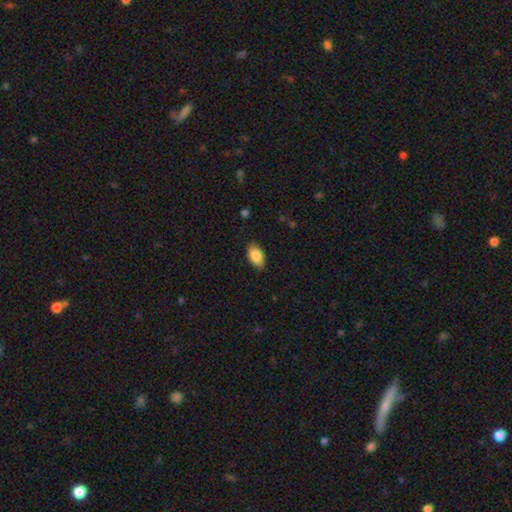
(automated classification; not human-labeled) smooth-or-featured: smooth: 86% | featured or disk: 7% | star or artifact: 7%
  how-rounded: in between: 93% | round: 4% | cigar-shaped: 3%
  merging: none: 84% | minor disturbance: 13% | major disturbance: 2% | merger: 1%